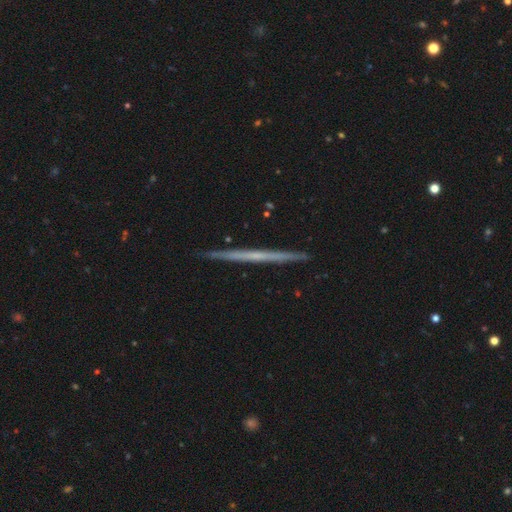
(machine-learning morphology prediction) Smooth or featured? featured or disk (65%)
Edge-on disk? yes (98%)
Edge-on bulge? none (84%)
Merging? none (92%)